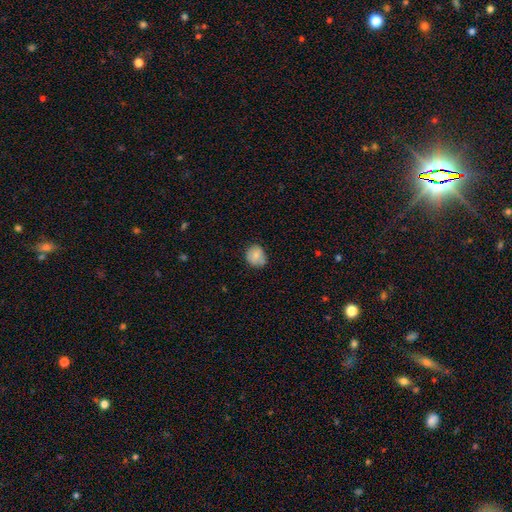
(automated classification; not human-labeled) Smooth or featured? Predicted: smooth (p=0.79). How rounded? Predicted: round (p=0.75). Merging? Predicted: none (p=0.66).